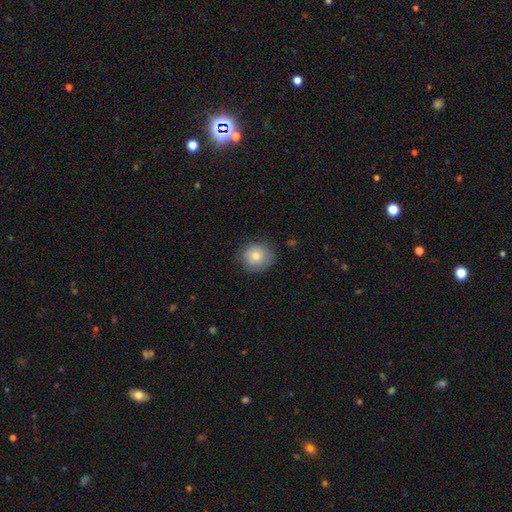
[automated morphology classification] smooth_or_featured: smooth (p=0.77) [alt: featured or disk p=0.15]
how_rounded: round (p=0.86) [alt: in between p=0.13]
merging: none (p=0.78) [alt: minor disturbance p=0.17]